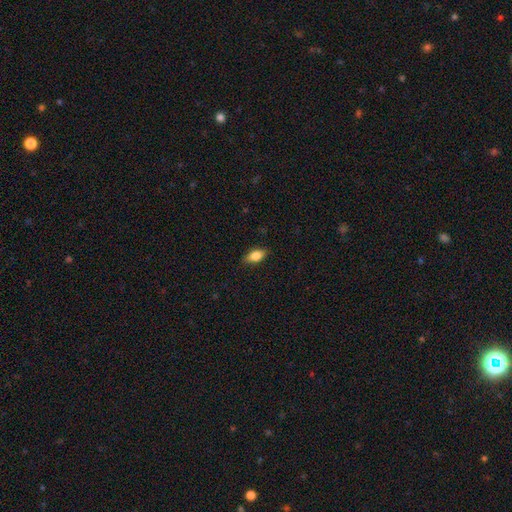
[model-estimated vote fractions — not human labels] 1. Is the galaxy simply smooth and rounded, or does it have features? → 81% smooth, 12% featured or disk, 7% star or artifact.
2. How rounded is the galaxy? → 86% in between, 8% cigar-shaped, 6% round.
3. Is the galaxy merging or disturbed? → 84% none, 12% minor disturbance, 3% major disturbance, 1% merger.